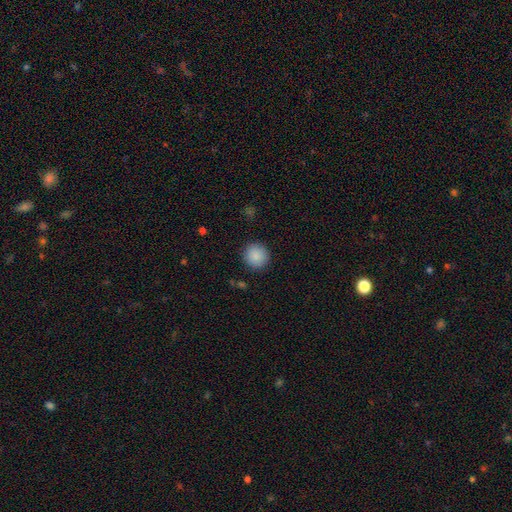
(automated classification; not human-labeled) Smooth or featured? Predicted: smooth (p=0.88). How rounded? Predicted: round (p=0.93). Merging? Predicted: none (p=0.91).